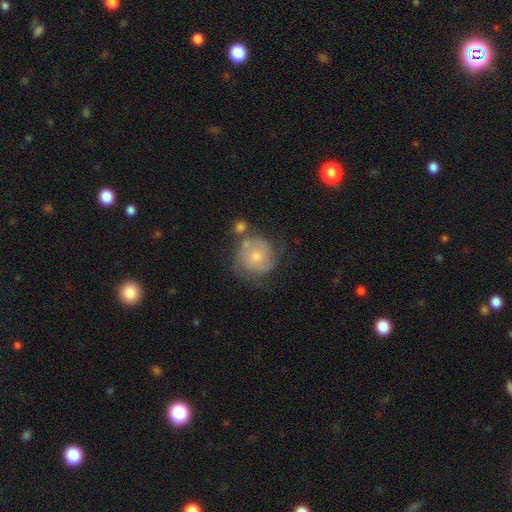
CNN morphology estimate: This appears to be a featured or disk galaxy (56%) with no bar (82%), spiral arms (79%) and a small central bulge (49%). Merging: none (55%).